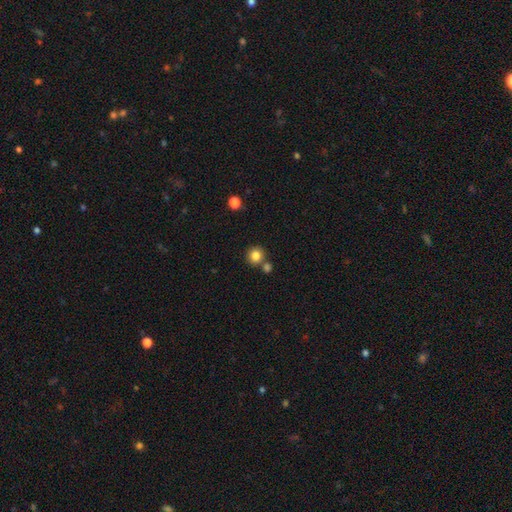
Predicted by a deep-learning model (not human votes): This appears to be a smooth galaxy with no disk features (83%) that is round (91%). Merging: none (73%).